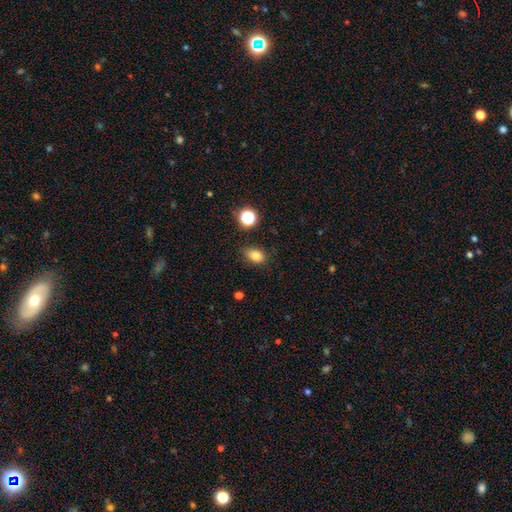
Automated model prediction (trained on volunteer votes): Smooth or featured: smooth — 81% (star or artifact — 12%)
How rounded: in between — 79% (round — 19%)
Merging: none — 81% (minor disturbance — 14%)